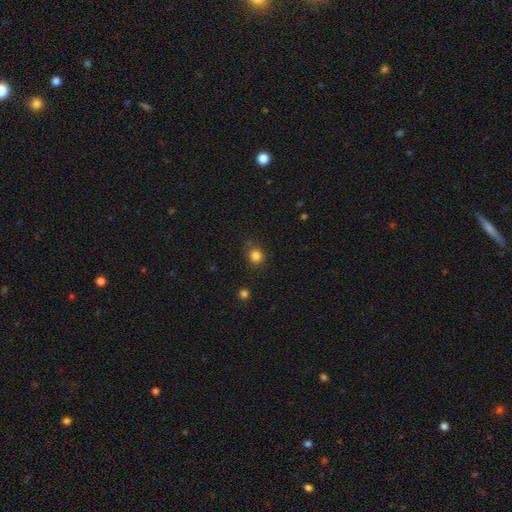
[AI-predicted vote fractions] This appears to be a smooth galaxy with no disk features (83%) that is round (87%). Merging: none (83%).